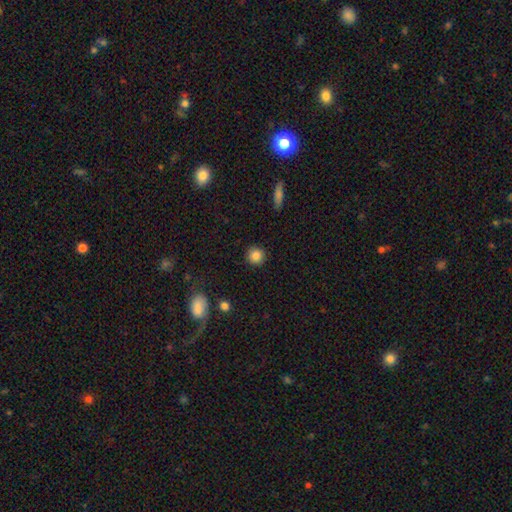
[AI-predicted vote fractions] Smooth or featured? smooth (85%)
How rounded? round (93%)
Merging? none (91%)